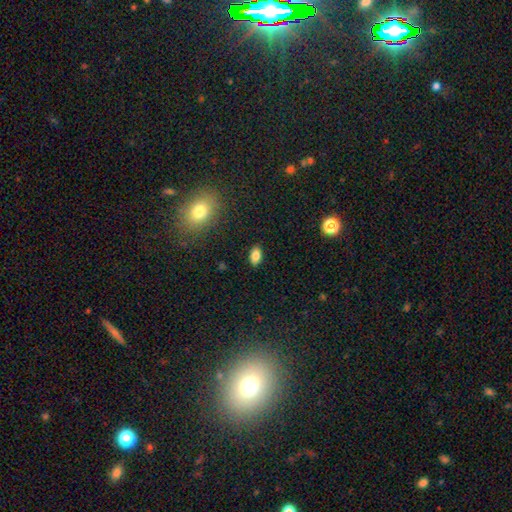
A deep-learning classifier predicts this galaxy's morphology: Smooth or featured?
  - smooth: 83% *
  - star or artifact: 10%
  - featured or disk: 8%
How rounded?
  - in between: 90% *
  - round: 7%
  - cigar-shaped: 3%
Merging?
  - none: 88% *
  - minor disturbance: 9%
  - major disturbance: 2%
  - merger: 1%